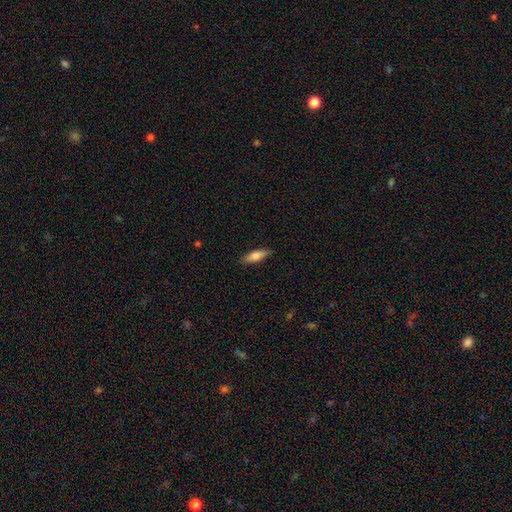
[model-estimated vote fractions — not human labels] Smooth or featured? Predicted: smooth (p=0.69). How rounded? Predicted: cigar-shaped (p=0.55). Merging? Predicted: none (p=0.88).